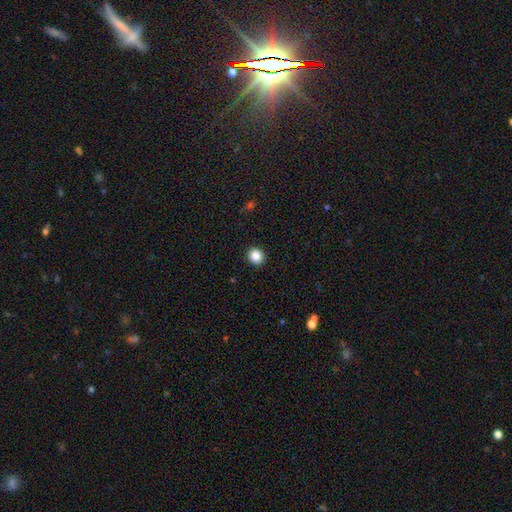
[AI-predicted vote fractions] smooth_or_featured: smooth (p=0.86) [alt: star or artifact p=0.10]
how_rounded: round (p=0.80) [alt: in between p=0.20]
merging: none (p=0.92) [alt: minor disturbance p=0.05]